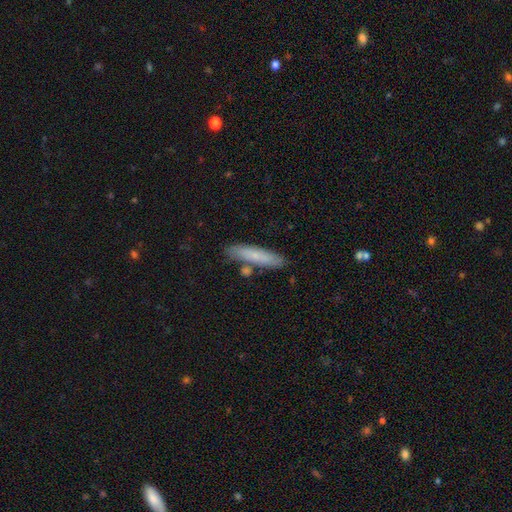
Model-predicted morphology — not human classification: This is likely a smooth galaxy (72%). How rounded: clearly cigar-shaped (85%). Merging: likely none (80%).